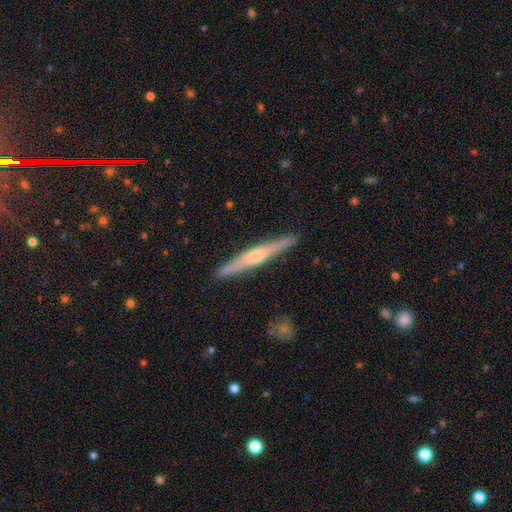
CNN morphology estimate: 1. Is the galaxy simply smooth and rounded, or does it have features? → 67% featured or disk, 28% smooth, 5% star or artifact.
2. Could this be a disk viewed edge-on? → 97% yes, 3% no.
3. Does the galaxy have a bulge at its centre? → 75% rounded, 16% none, 9% boxy.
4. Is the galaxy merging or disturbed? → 91% none, 7% minor disturbance, 1% major disturbance, 1% merger.